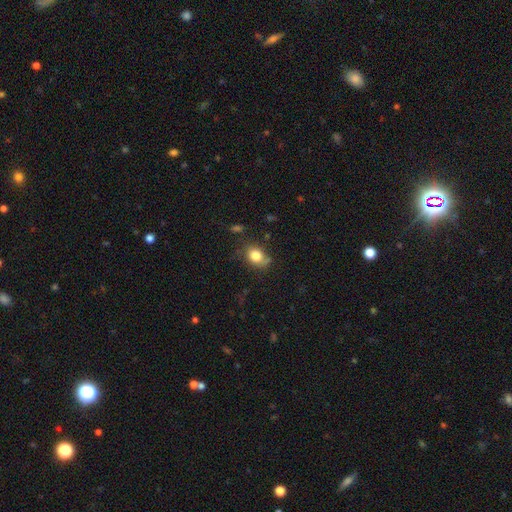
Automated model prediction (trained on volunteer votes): Smooth or featured? Predicted: smooth (p=0.81). How rounded? Predicted: in between (p=0.61). Merging? Predicted: none (p=0.66).